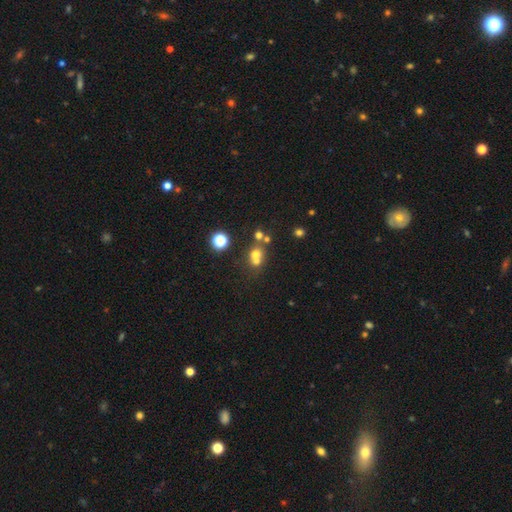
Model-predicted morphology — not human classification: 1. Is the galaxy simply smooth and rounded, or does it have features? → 61% smooth, 22% star or artifact, 17% featured or disk.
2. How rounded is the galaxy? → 78% round, 21% in between, 1% cigar-shaped.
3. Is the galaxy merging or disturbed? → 51% merger, 38% none, 7% minor disturbance, 4% major disturbance.